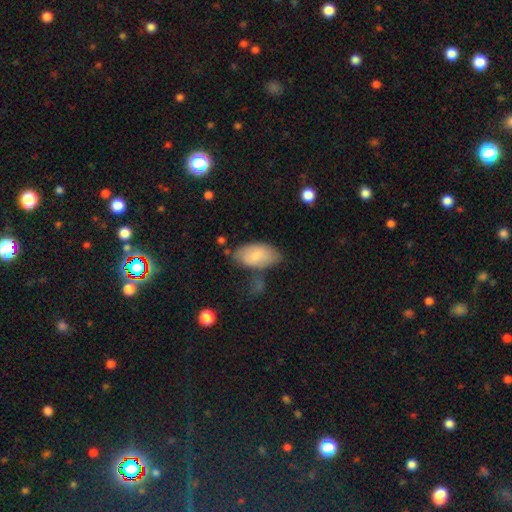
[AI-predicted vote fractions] Morphology: type=smooth (76%); roundness=in between (94%); merging=none (57%).